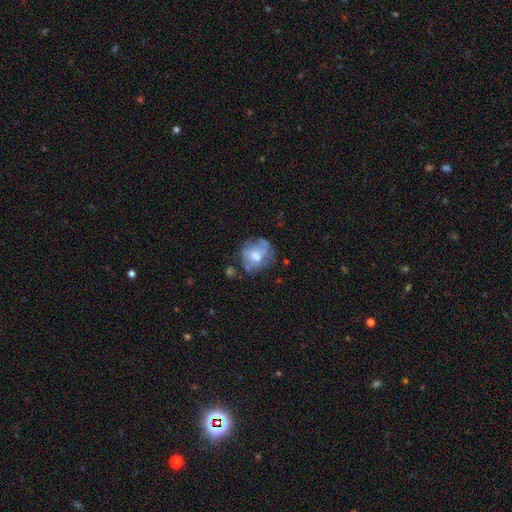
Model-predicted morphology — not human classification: Overall: smooth (46%; featured or disk 45%). Merging: none (48%; minor disturbance 25%).